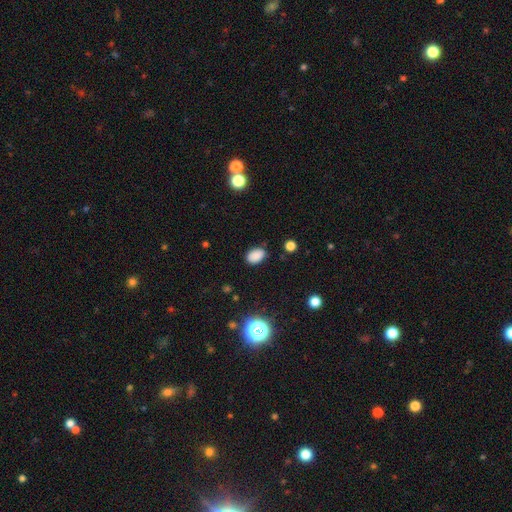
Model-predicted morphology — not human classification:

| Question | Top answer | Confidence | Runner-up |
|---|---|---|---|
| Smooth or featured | smooth | 85% | star or artifact (11%) |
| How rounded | in between | 84% | round (15%) |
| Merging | none | 83% | minor disturbance (13%) |